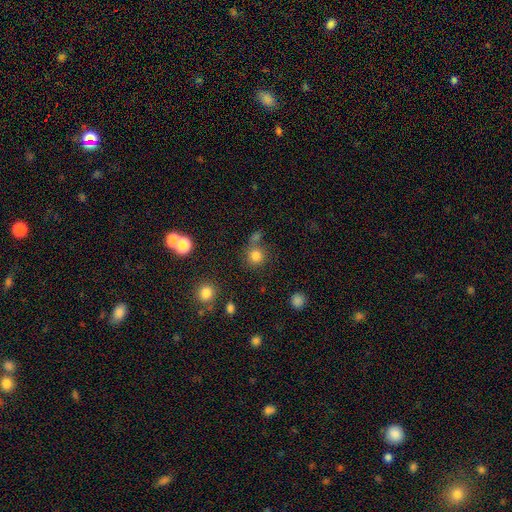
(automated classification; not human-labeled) smooth-or-featured: smooth: 79% | star or artifact: 14% | featured or disk: 7%
  how-rounded: round: 90% | in between: 9% | cigar-shaped: 1%
  merging: none: 65% | merger: 20% | minor disturbance: 10% | major disturbance: 5%